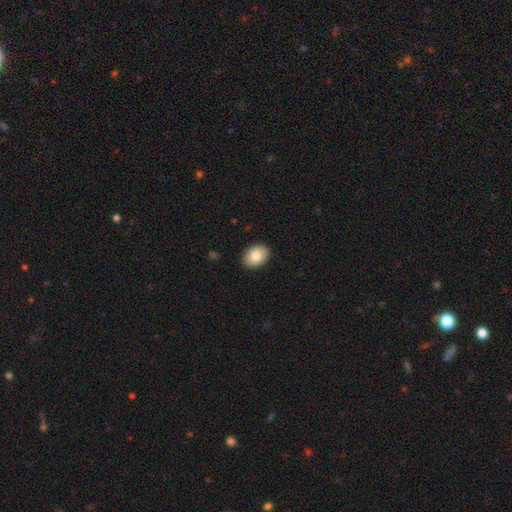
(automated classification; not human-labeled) Morphology: type=smooth (81%); roundness=in between (81%); merging=none (90%).